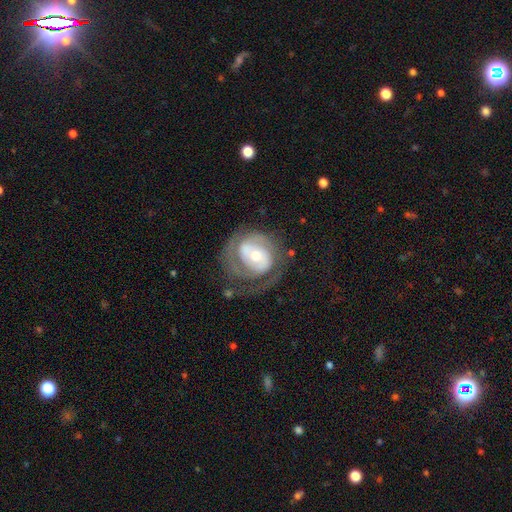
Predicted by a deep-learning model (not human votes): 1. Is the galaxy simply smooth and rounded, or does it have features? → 80% featured or disk, 14% smooth, 5% star or artifact.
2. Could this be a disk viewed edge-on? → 97% no, 3% yes.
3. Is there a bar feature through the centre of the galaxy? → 62% no, 28% weak, 10% strong.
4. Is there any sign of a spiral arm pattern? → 88% yes, 12% no.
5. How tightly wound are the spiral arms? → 60% tight, 29% medium, 11% loose.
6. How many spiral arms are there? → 47% 2, 21% 1, 20% can't tell, 8% 3, 2% 4, 2% more than 4.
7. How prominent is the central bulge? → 53% moderate, 37% small, 7% large, 1% dominant, 1% none.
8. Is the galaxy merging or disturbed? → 56% none, 22% major disturbance, 19% minor disturbance, 3% merger.